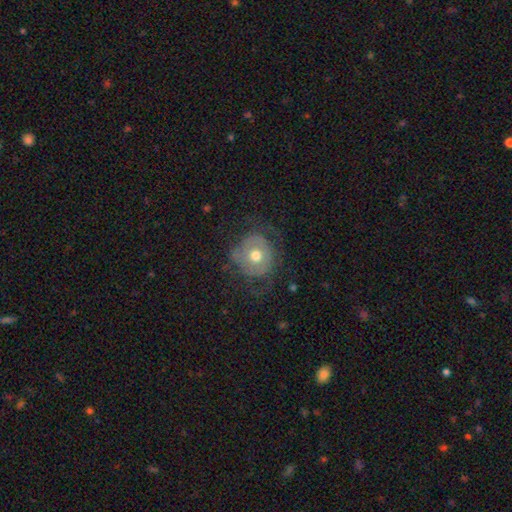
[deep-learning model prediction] Smooth or featured? featured or disk (47%)
Merging? none (58%)